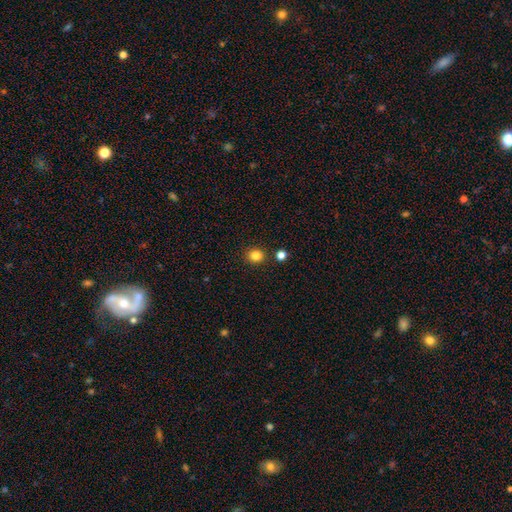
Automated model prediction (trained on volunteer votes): smooth-or-featured: smooth: 83% | star or artifact: 13% | featured or disk: 5%
  how-rounded: round: 77% | in between: 22% | cigar-shaped: 1%
  merging: none: 88% | minor disturbance: 6% | merger: 4% | major disturbance: 2%